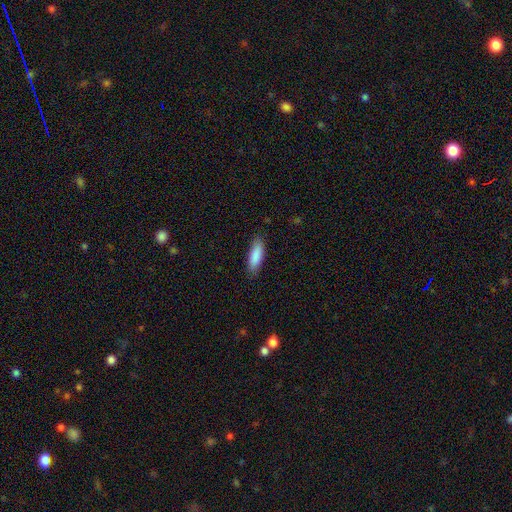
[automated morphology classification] This appears to be a smooth galaxy with no disk features (88%) that is in between round and cigar-shaped (58%). Merging: none (85%).